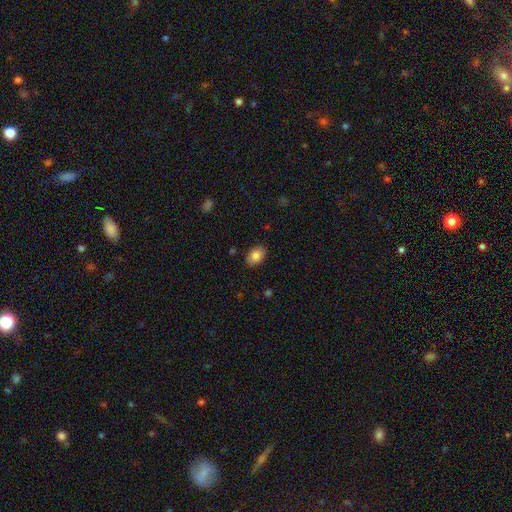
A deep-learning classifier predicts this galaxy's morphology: Smooth or featured? smooth (85%)
How rounded? in between (83%)
Merging? none (86%)